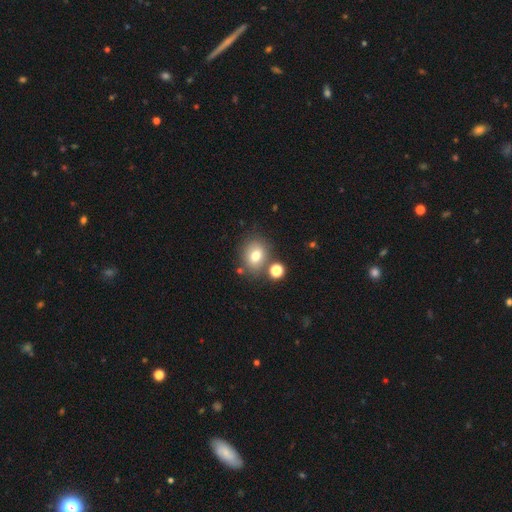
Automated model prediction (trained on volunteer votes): The model was most divided on "how rounded": round: 55%, in between: 44%, cigar-shaped: 1%. More confident: smooth or featured — smooth (76%); merging — none (71%).